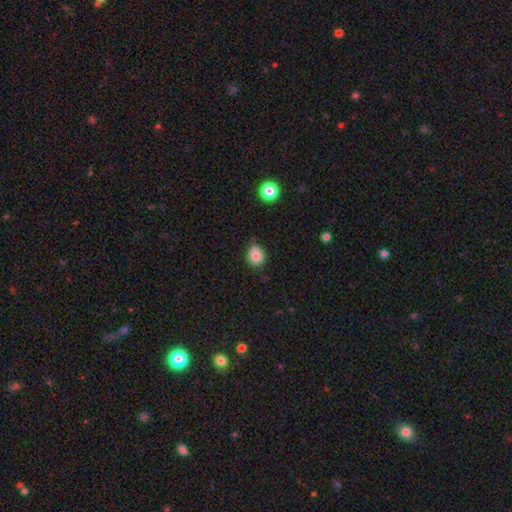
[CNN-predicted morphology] A smooth galaxy with no disk features (82%) that is round (66%). Merging: none (65%).